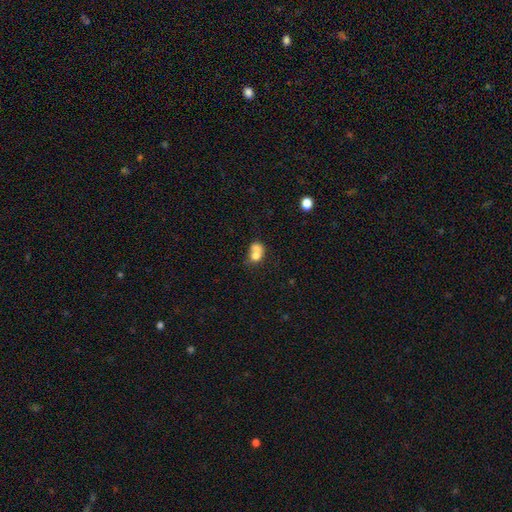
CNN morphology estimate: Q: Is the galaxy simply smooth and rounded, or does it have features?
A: smooth — 70%.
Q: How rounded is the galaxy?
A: round — 55%.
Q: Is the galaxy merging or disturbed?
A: merger — 68%.